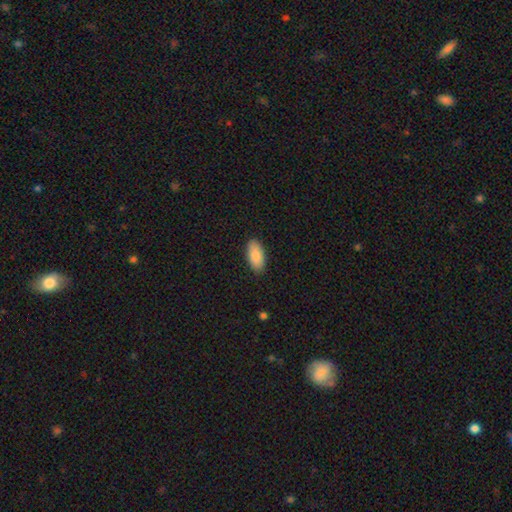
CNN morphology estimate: Overall: smooth (86%). How rounded: in between (92%). Merging: none (89%).